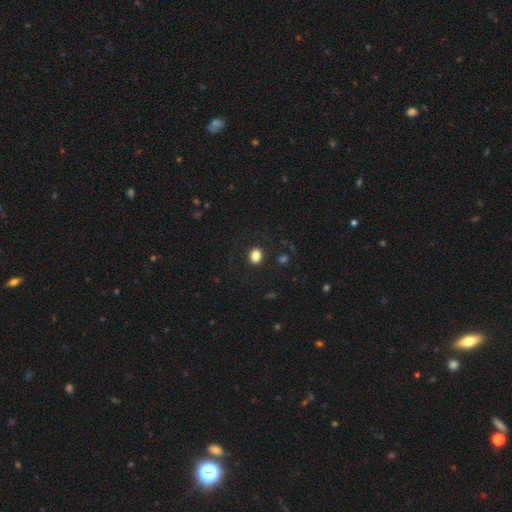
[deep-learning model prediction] smooth_or_featured: smooth (p=0.85) [alt: star or artifact p=0.10]
how_rounded: in between (p=0.50) [alt: round p=0.49]
merging: none (p=0.88) [alt: minor disturbance p=0.08]